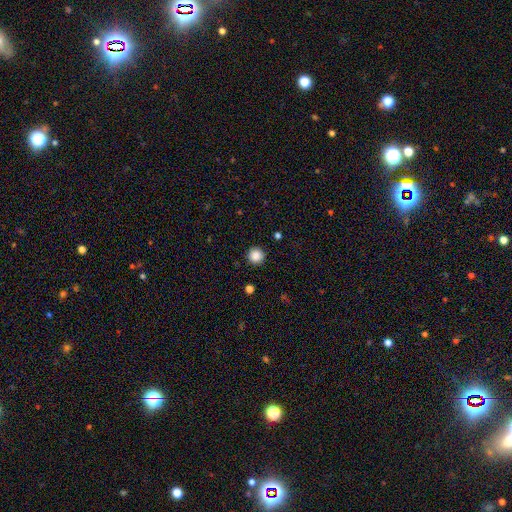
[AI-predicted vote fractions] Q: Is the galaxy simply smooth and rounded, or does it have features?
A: smooth — 87%.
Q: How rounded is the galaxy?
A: round — 96%.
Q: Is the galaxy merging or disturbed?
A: none — 92%.